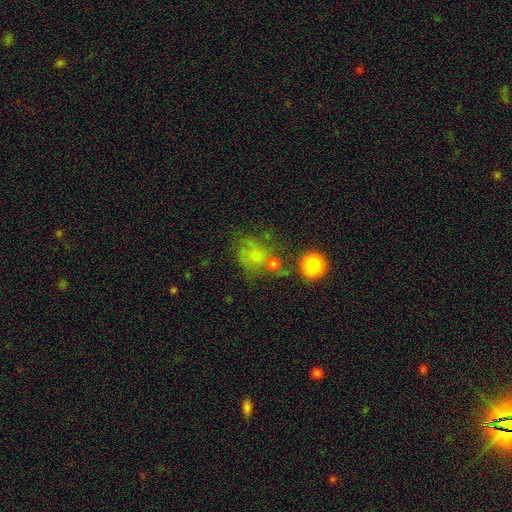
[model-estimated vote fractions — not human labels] This appears to be a smooth galaxy with no disk features (46%). Merging: none (45%).